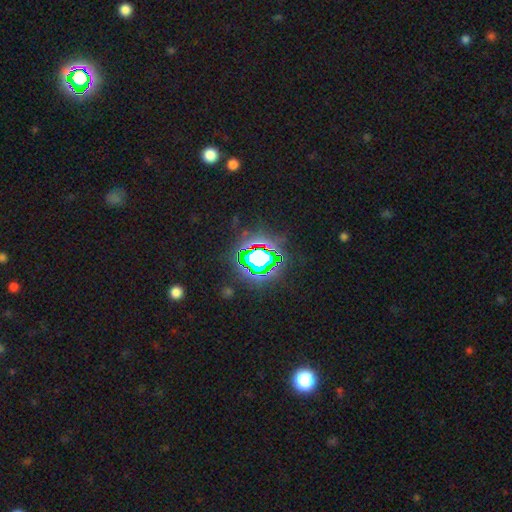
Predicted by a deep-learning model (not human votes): Smooth or featured? star or artifact (76%)